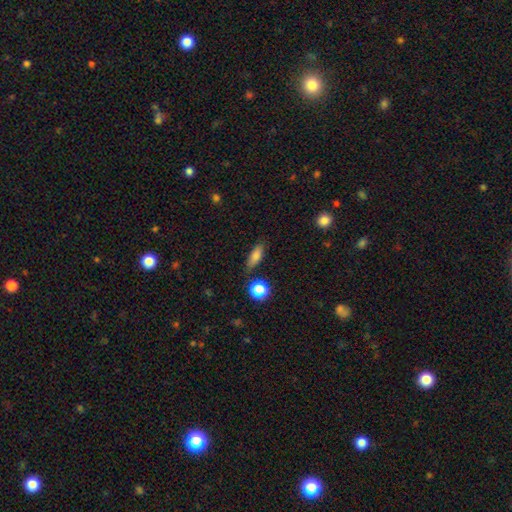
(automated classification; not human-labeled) The model was most divided on "how rounded": in between: 63%, cigar-shaped: 30%, round: 7%. More confident: merging — none (80%); smooth or featured — smooth (78%).